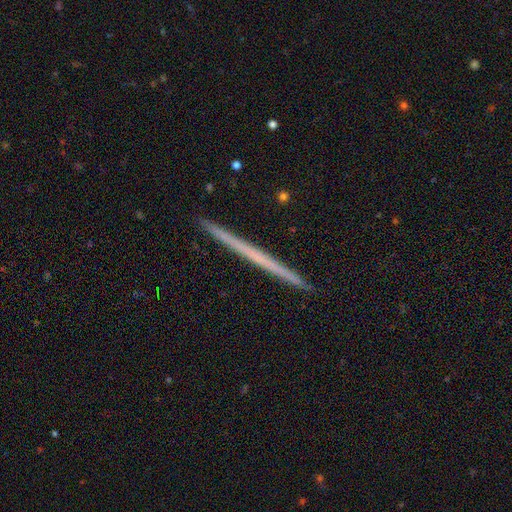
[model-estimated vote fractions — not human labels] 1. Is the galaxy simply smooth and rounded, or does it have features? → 58% featured or disk, 35% smooth, 6% star or artifact.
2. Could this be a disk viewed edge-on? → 98% yes, 2% no.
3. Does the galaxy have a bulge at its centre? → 92% none, 6% rounded, 2% boxy.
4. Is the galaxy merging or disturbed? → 93% none, 5% minor disturbance, 1% merger, 1% major disturbance.